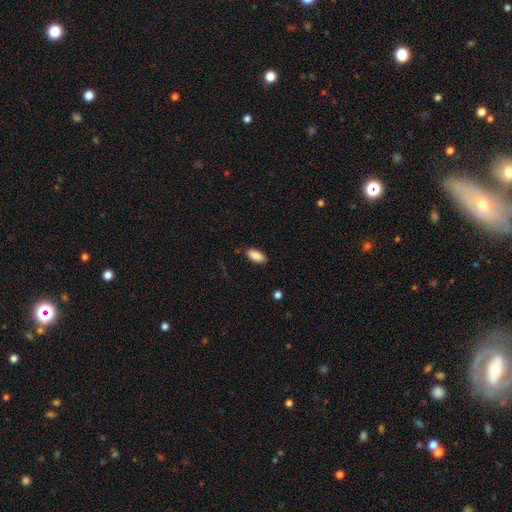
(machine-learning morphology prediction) This is clearly a smooth galaxy (89%). How rounded: clearly in between (89%). Merging: clearly none (86%).